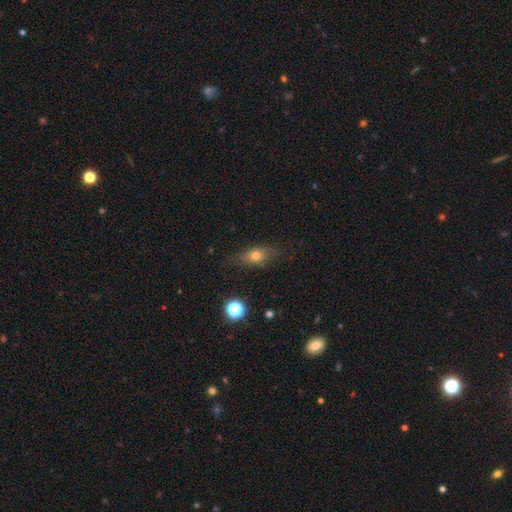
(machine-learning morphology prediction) This appears to be a smooth galaxy with no disk features (64%) that is in between round and cigar-shaped (64%). Merging: none (75%).